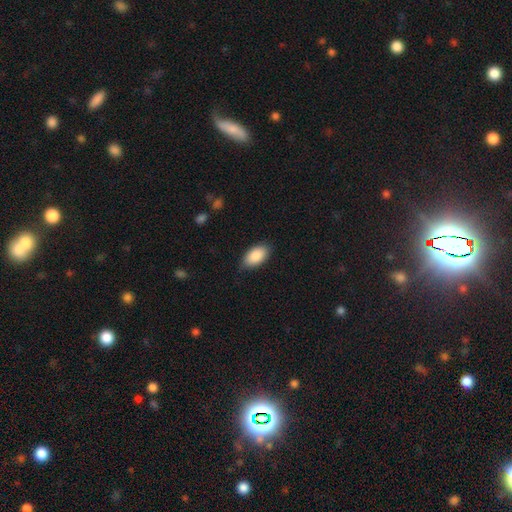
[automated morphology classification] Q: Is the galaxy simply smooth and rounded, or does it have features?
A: smooth — 89%.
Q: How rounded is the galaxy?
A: in between — 95%.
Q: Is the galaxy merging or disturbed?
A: none — 82%.